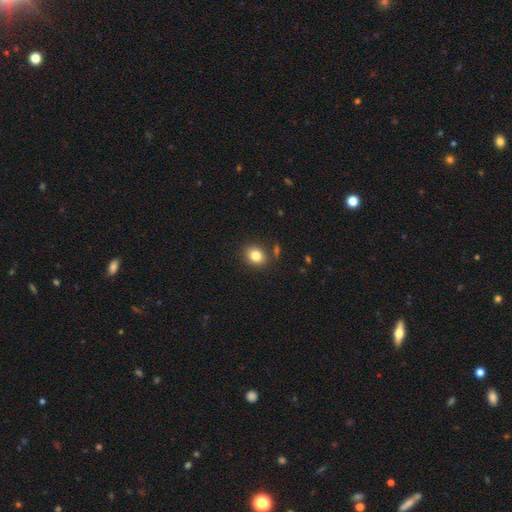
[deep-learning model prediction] This is clearly a smooth galaxy (82%). How rounded: possibly round (57%). Merging: clearly none (82%).